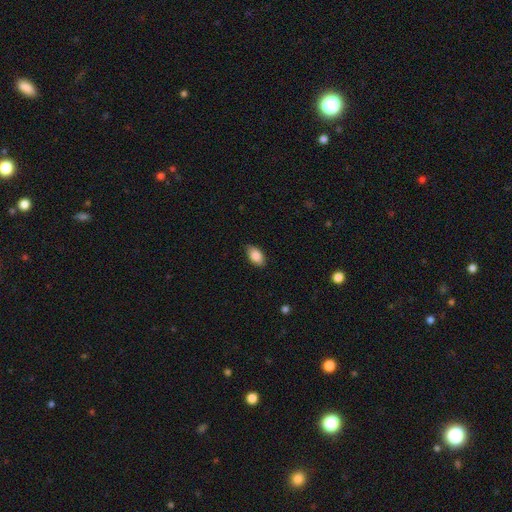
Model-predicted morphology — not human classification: This is clearly a smooth galaxy (86%). How rounded: clearly in between (93%). Merging: clearly none (86%).